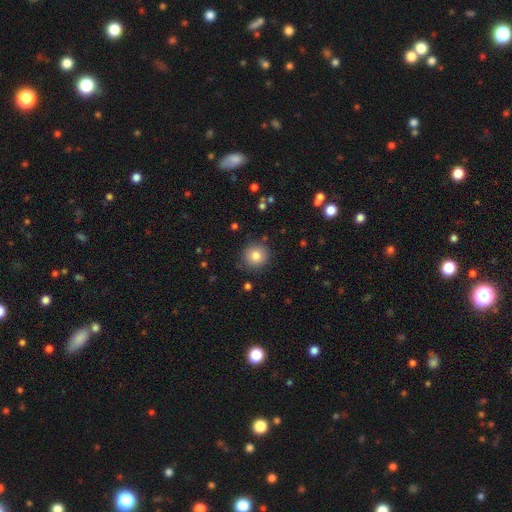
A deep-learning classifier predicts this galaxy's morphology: Q: Smooth or featured?
A: smooth (80%); runner-up: star or artifact (11%)
Q: How rounded?
A: round (94%); runner-up: in between (5%)
Q: Merging?
A: none (88%); runner-up: minor disturbance (8%)